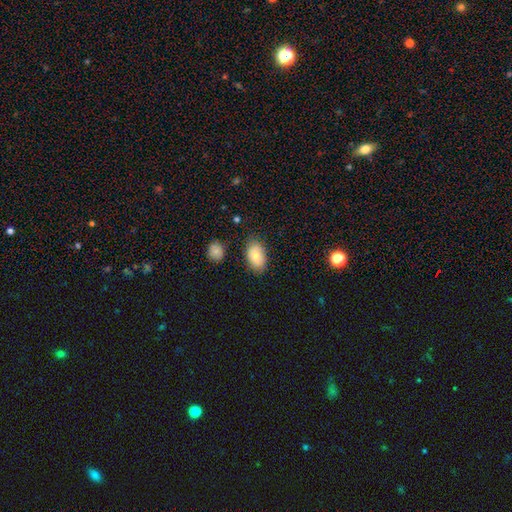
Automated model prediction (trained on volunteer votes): Smooth or featured? smooth (79%)
How rounded? in between (91%)
Merging? none (78%)